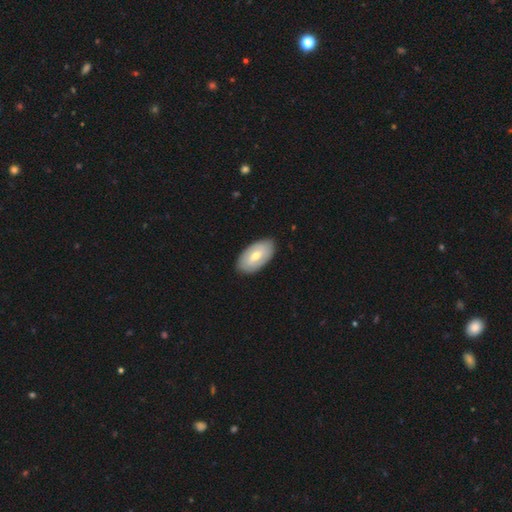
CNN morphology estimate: Smooth or featured?
  - smooth: 54% *
  - featured or disk: 41%
  - star or artifact: 5%
How rounded?
  - in between: 95% *
  - round: 3%
  - cigar-shaped: 2%
Merging?
  - none: 88% *
  - minor disturbance: 9%
  - major disturbance: 2%
  - merger: 1%